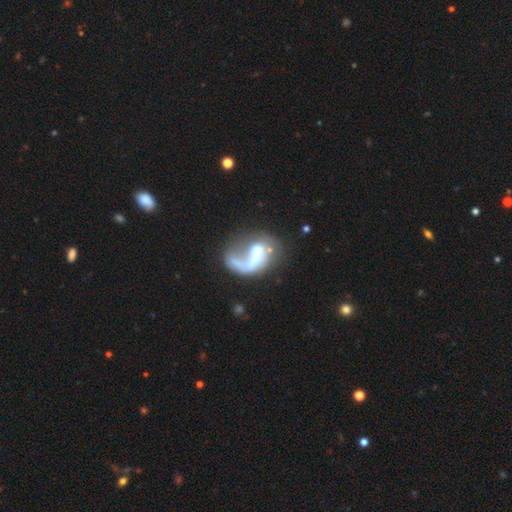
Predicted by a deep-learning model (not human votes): A featured or disk galaxy (63%) with no bar (42%), spiral arms (63%) and a moderate central bulge (33%).

Vote fractions:
- Smooth or featured? featured or disk: 63% / smooth: 28% / star or artifact: 9%
- Edge-on disk? no: 97% / yes: 3%
- Bar? no: 42% / weak: 34% / strong: 24%
- Spiral arms? yes: 63% / no: 37%
- Bulge size? moderate: 33% / none: 26% / small: 19% / large: 18% / dominant: 5%
- Merging? major disturbance: 46% / none: 27% / merger: 14% / minor disturbance: 13%